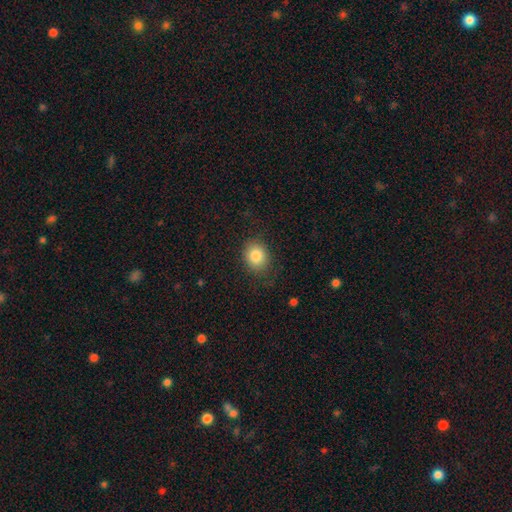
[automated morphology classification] This appears to be a smooth galaxy with no disk features (84%) that is round (62%). Merging: none (80%).